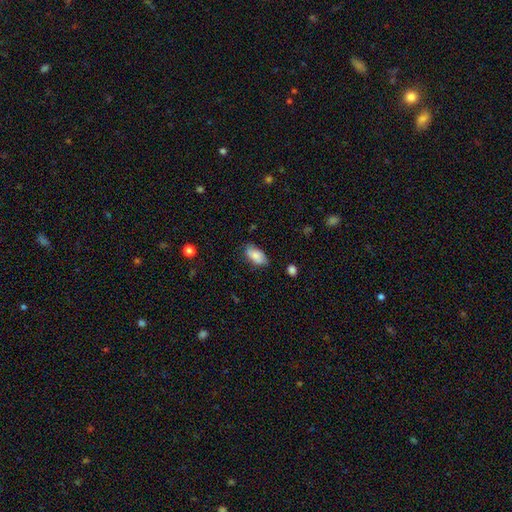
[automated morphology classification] The model was most divided on "merging": none: 70%, minor disturbance: 24%, major disturbance: 4%, merger: 2%. More confident: how rounded — in between (93%); smooth or featured — smooth (79%).